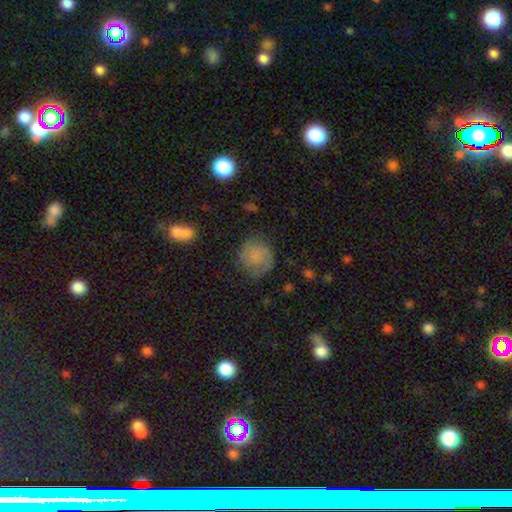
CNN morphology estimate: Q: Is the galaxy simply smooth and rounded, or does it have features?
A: smooth — 58%.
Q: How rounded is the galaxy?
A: round — 84%.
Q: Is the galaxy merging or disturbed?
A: none — 67%.